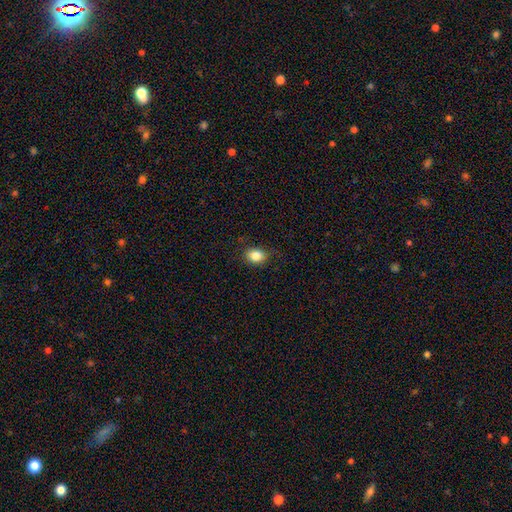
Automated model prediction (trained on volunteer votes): Smooth or featured?
  - smooth: 84% *
  - star or artifact: 10%
  - featured or disk: 7%
How rounded?
  - in between: 55% *
  - round: 44%
  - cigar-shaped: 1%
Merging?
  - none: 82% *
  - minor disturbance: 14%
  - major disturbance: 3%
  - merger: 1%